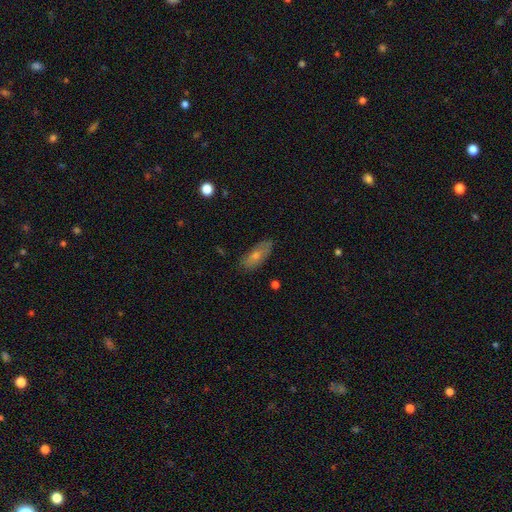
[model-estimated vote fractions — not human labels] smooth-or-featured: smooth: 52% | featured or disk: 37% | star or artifact: 11%
  how-rounded: in between: 75% | cigar-shaped: 21% | round: 4%
  merging: none: 77% | minor disturbance: 18% | major disturbance: 4% | merger: 1%